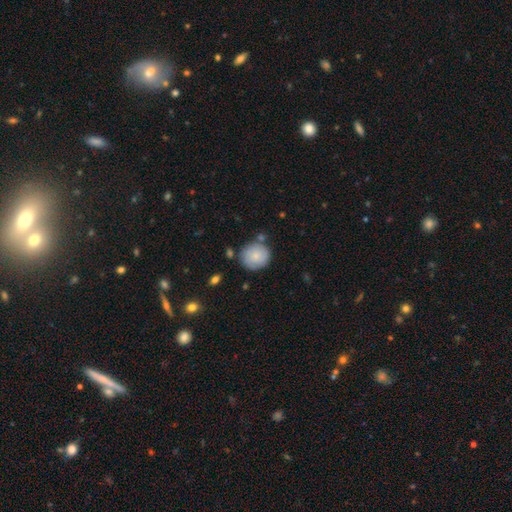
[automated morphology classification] smooth 77%, featured or disk 16%, star or artifact 7%. Down the decision tree: how rounded — round (89%); merging — none (74%).